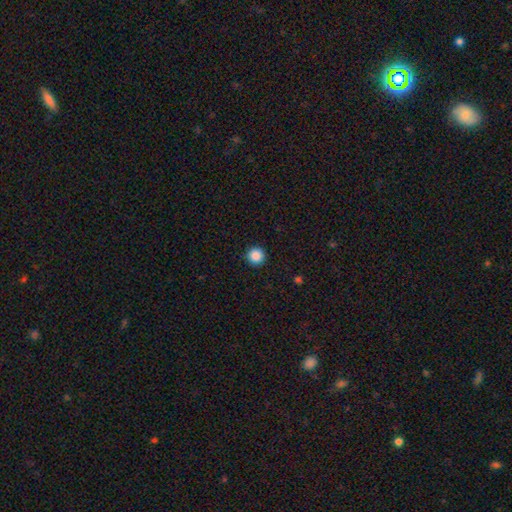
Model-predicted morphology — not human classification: smooth_or_featured: smooth (p=0.87) [alt: star or artifact p=0.10]
how_rounded: round (p=0.96) [alt: in between p=0.03]
merging: none (p=0.92) [alt: minor disturbance p=0.05]